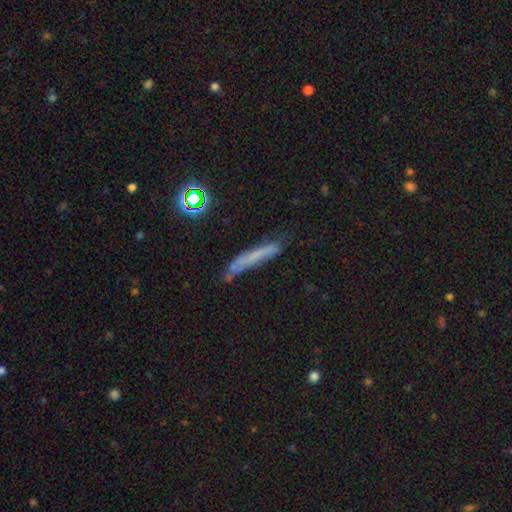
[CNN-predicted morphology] Smooth or featured: smooth — 54% (featured or disk — 32%)
How rounded: cigar-shaped — 91% (in between — 6%)
Merging: none — 51% (minor disturbance — 30%)